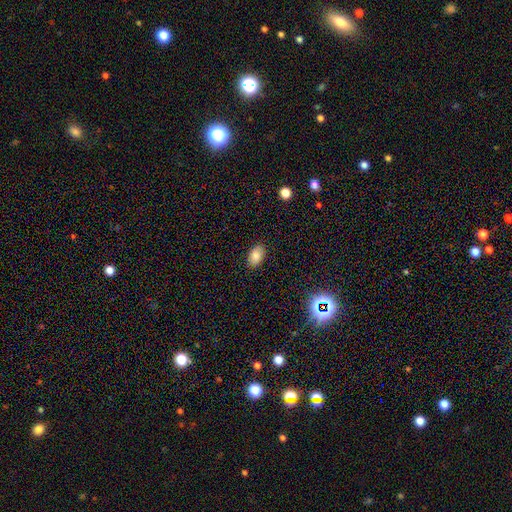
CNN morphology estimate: This appears to be a smooth galaxy with no disk features (83%) that is in between round and cigar-shaped (91%). Merging: none (87%).